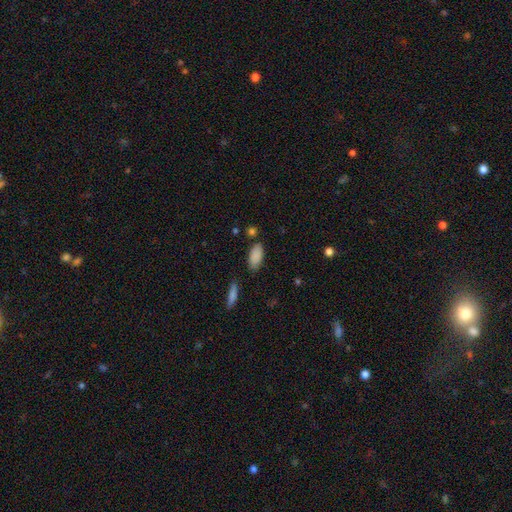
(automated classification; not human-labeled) smooth 88%, star or artifact 7%, featured or disk 5%. Down the decision tree: how rounded — in between (89%); merging — none (79%).